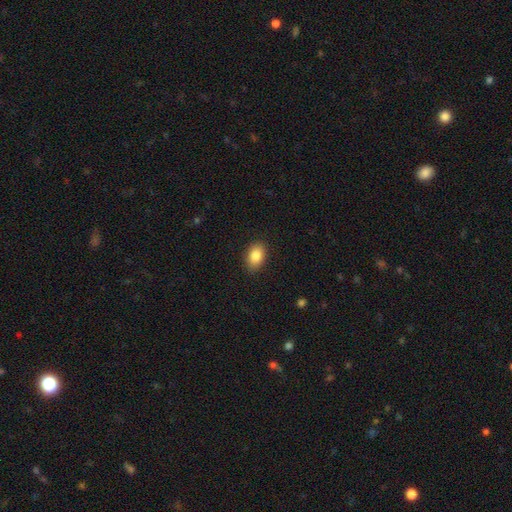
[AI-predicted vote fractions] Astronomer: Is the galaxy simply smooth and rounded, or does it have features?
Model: smooth — 86%.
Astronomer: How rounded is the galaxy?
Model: in between — 87%.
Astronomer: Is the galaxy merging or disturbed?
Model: none — 87%.